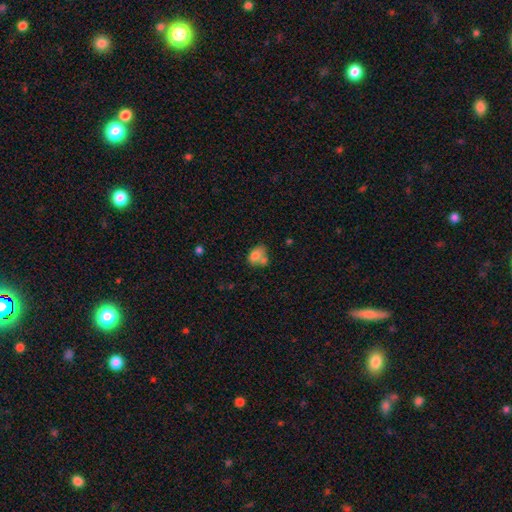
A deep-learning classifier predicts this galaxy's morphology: A smooth galaxy with no disk features (75%) that is in between round and cigar-shaped (73%).

Vote fractions:
- Smooth or featured? smooth: 75% / featured or disk: 15% / star or artifact: 9%
- How rounded? in between: 73% / round: 25% / cigar-shaped: 1%
- Merging? merger: 40% / none: 35% / minor disturbance: 17% / major disturbance: 7%